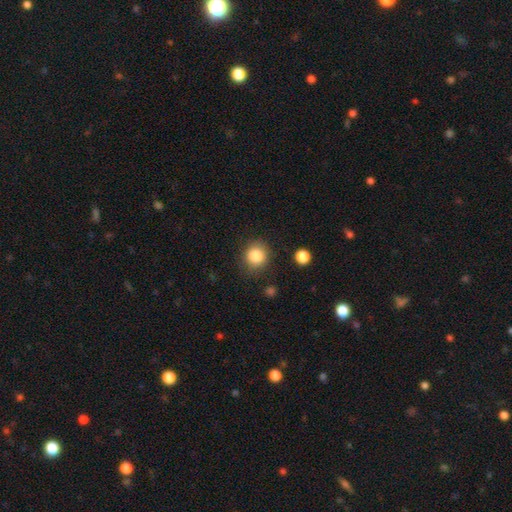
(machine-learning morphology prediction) This is clearly a smooth galaxy (85%). How rounded: clearly round (84%). Merging: clearly none (83%).